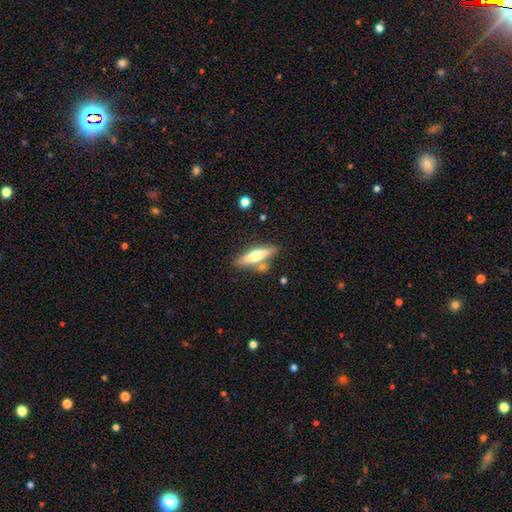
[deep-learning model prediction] Overall: featured or disk (47%; smooth 46%). Merging: none (72%).